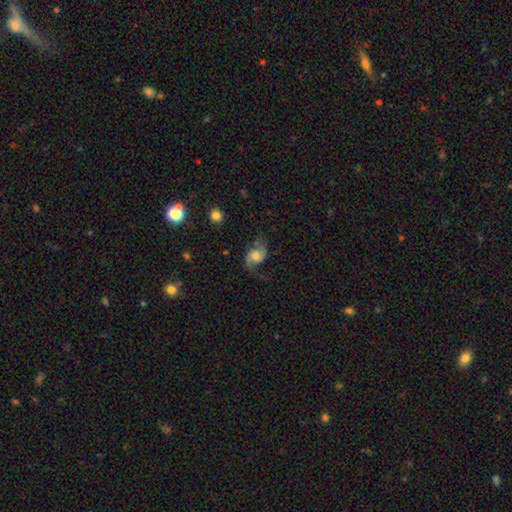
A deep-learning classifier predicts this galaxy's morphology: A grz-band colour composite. It shows a featured or disk galaxy (81%) with no bar (66%), 2 (92%) loose (60%) spiral arms (96%) and a moderate central bulge (42%). Merging: none (68%).